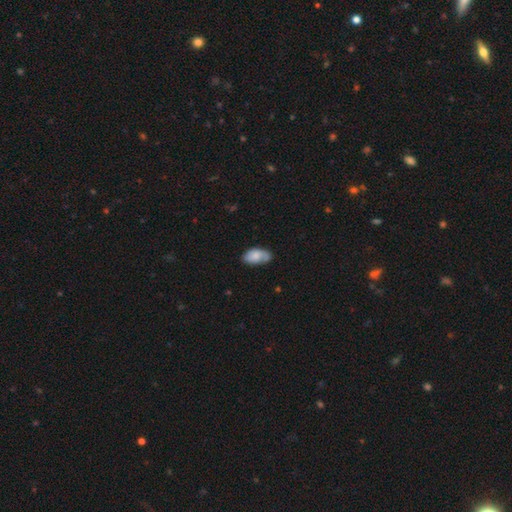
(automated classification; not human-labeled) This is likely a smooth galaxy (71%). How rounded: clearly in between (94%). Merging: possibly none (58%).